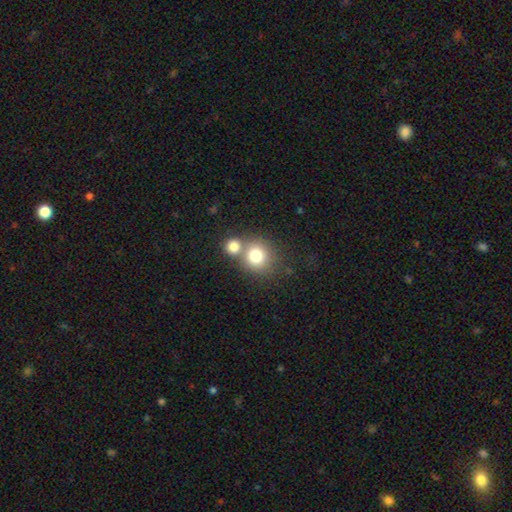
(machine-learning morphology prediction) This appears to be a smooth galaxy with no disk features (76%) that is round (87%). Merging: none (52%).